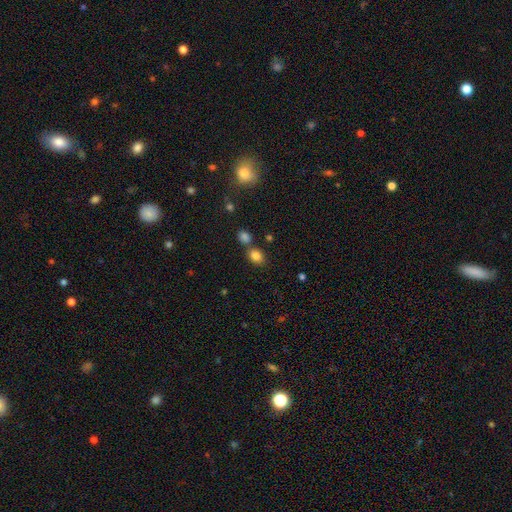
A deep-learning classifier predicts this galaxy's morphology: smooth 82%, star or artifact 12%, featured or disk 6%. Down the decision tree: how rounded — in between (58%); merging — none (66%).